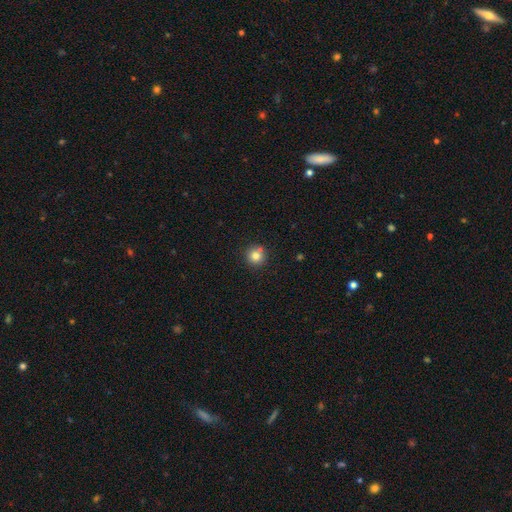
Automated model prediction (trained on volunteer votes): smooth 80%, star or artifact 12%, featured or disk 8%. Down the decision tree: how rounded — round (94%); merging — none (80%).